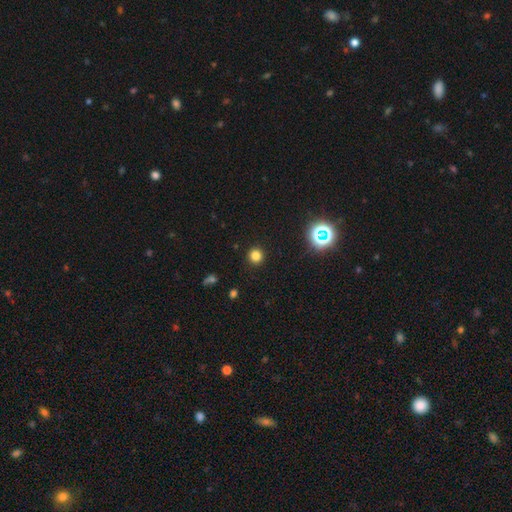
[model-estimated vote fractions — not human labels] Smooth or featured? Predicted: smooth (p=0.79). How rounded? Predicted: round (p=0.95). Merging? Predicted: none (p=0.92).